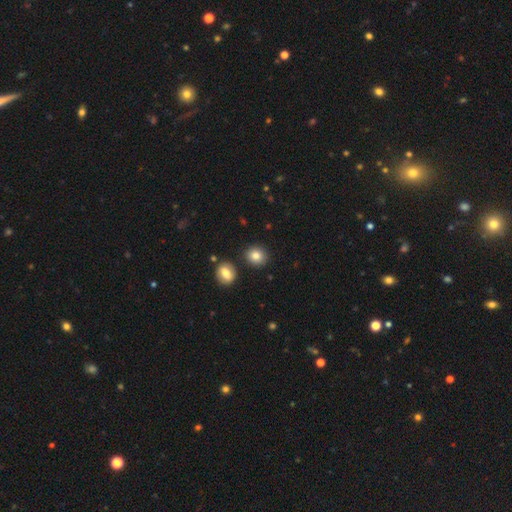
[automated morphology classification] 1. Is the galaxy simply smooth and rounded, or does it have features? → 83% smooth, 9% star or artifact, 7% featured or disk.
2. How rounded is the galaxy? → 82% round, 17% in between, 1% cigar-shaped.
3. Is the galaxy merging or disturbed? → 85% none, 7% minor disturbance, 5% merger, 2% major disturbance.